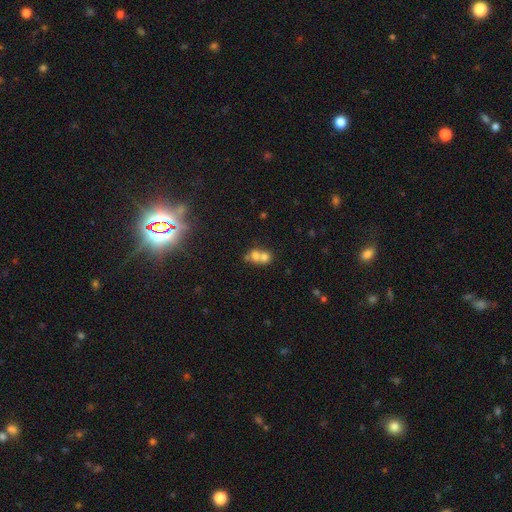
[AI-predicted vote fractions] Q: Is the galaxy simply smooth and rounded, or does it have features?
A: smooth — 66%.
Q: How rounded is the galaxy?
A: round — 70%.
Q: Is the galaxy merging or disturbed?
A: merger — 67%.